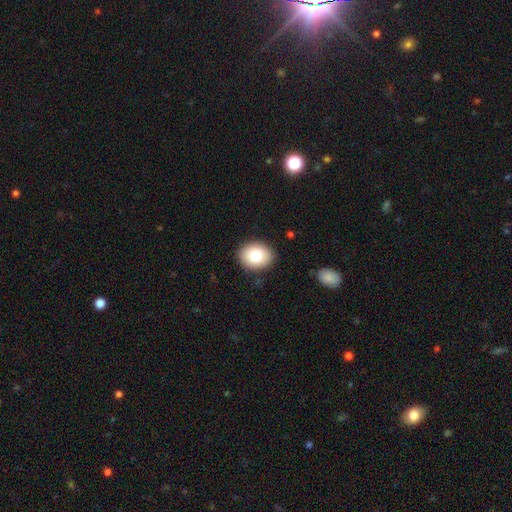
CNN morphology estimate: Smooth or featured? Predicted: smooth (p=0.79). How rounded? Predicted: round (p=0.51). Merging? Predicted: none (p=0.89).